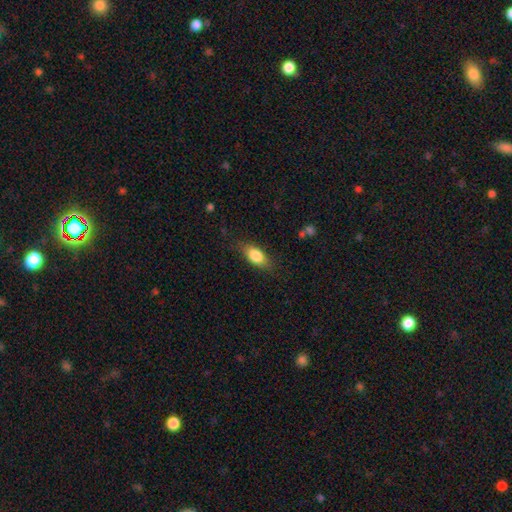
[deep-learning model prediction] Q: Smooth or featured?
A: smooth (81%); runner-up: featured or disk (11%)
Q: How rounded?
A: in between (83%); runner-up: cigar-shaped (11%)
Q: Merging?
A: none (77%); runner-up: minor disturbance (17%)